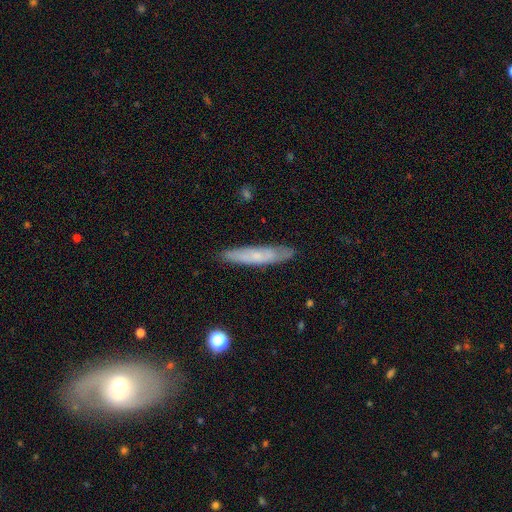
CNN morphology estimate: Smooth or featured: smooth — 54% (featured or disk — 38%)
How rounded: cigar-shaped — 86% (in between — 13%)
Merging: none — 83% (minor disturbance — 13%)